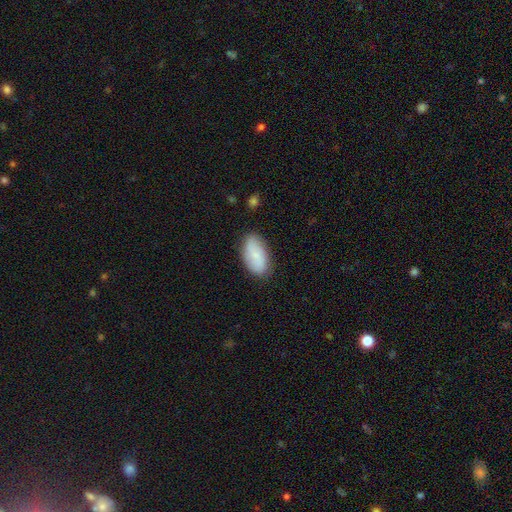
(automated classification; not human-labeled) Smooth or featured? Predicted: smooth (p=0.75). How rounded? Predicted: in between (p=0.94). Merging? Predicted: none (p=0.80).